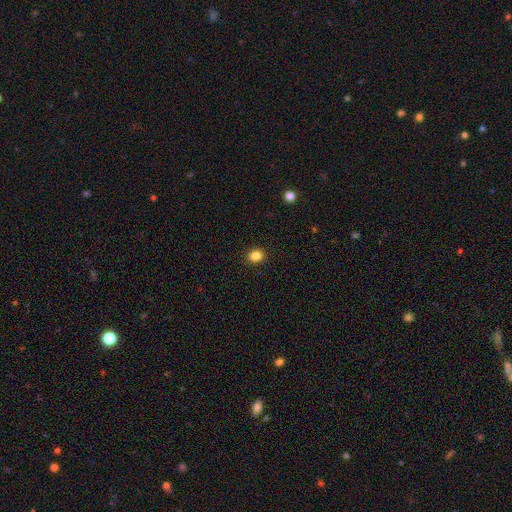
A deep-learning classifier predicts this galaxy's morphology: Smooth or featured?
  - smooth: 85% *
  - star or artifact: 11%
  - featured or disk: 4%
How rounded?
  - round: 66% *
  - in between: 33%
  - cigar-shaped: 1%
Merging?
  - none: 92% *
  - minor disturbance: 6%
  - major disturbance: 2%
  - merger: 1%